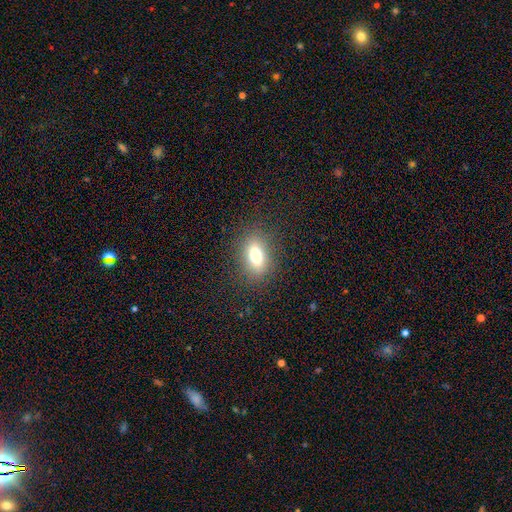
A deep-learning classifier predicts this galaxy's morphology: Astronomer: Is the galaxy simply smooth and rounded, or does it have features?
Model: smooth — 74%.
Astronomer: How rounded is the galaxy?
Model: in between — 78%.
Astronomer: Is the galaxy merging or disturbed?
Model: none — 85%.